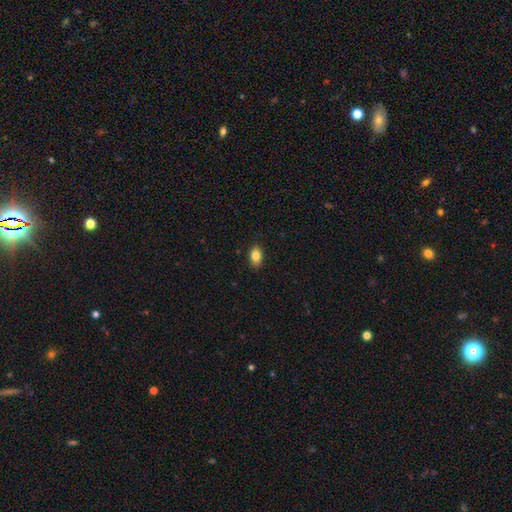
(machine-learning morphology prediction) Overall: smooth (84%). How rounded: in between (87%). Merging: none (88%).